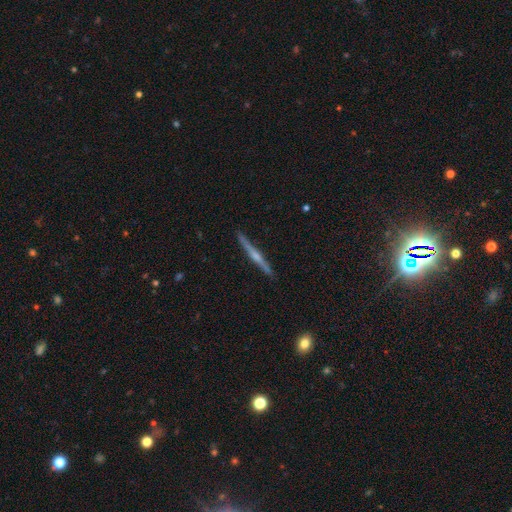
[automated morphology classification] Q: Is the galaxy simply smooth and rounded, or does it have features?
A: featured or disk — 77%.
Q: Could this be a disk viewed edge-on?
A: yes — 98%.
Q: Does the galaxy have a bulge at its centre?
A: rounded — 80%.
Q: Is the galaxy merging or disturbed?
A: none — 91%.